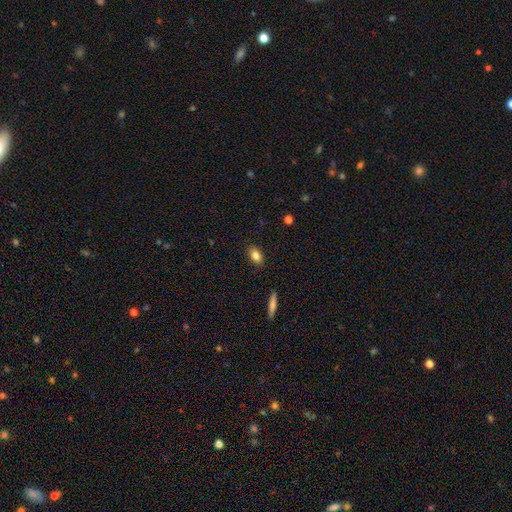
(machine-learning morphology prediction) Q: Smooth or featured?
A: smooth (83%); runner-up: featured or disk (9%)
Q: How rounded?
A: in between (83%); runner-up: round (13%)
Q: Merging?
A: none (87%); runner-up: minor disturbance (9%)